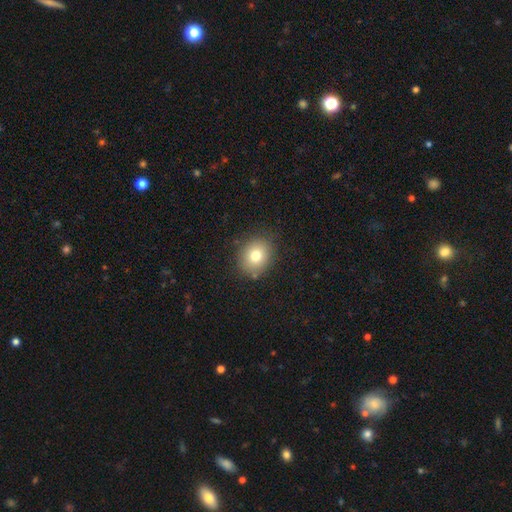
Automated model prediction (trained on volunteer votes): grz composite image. It shows a smooth galaxy with no disk features (77%) that is round (69%). Merging: none (84%).